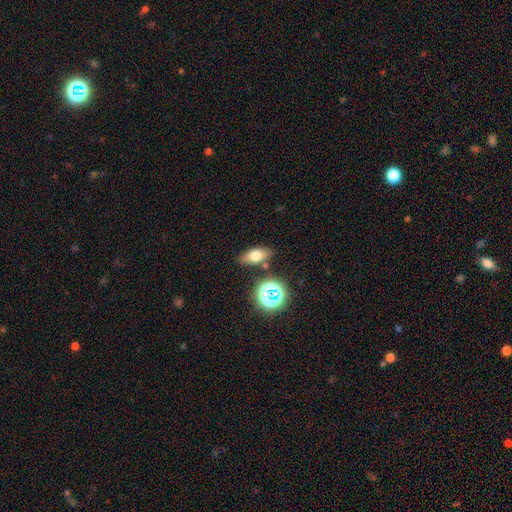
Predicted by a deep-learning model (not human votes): Smooth or featured? smooth (66%)
How rounded? in between (78%)
Merging? none (81%)